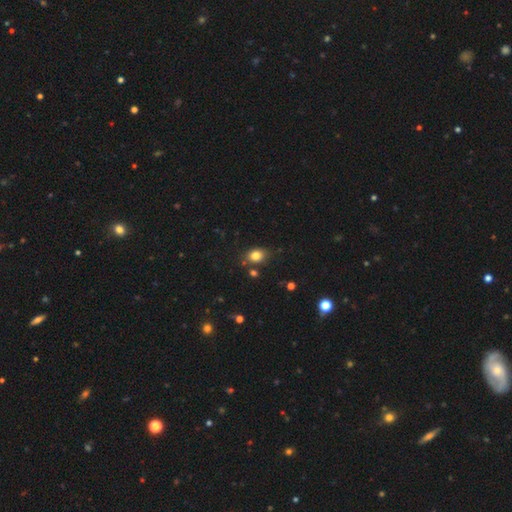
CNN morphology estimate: This is clearly a smooth galaxy (81%). How rounded: possibly in between (59%). Merging: likely none (77%).